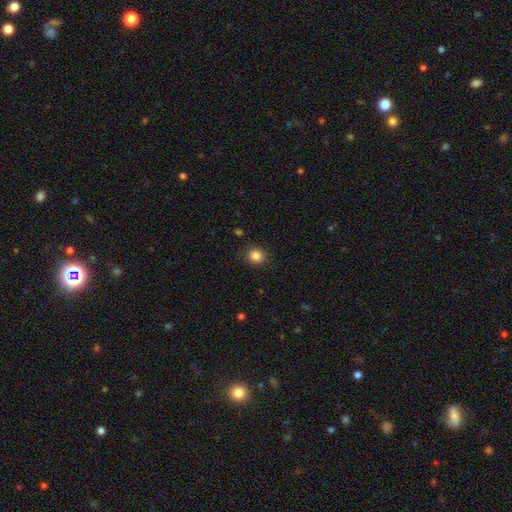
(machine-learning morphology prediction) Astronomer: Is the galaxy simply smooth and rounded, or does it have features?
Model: smooth — 85%.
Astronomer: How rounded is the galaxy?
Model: round — 83%.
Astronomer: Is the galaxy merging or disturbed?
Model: none — 87%.